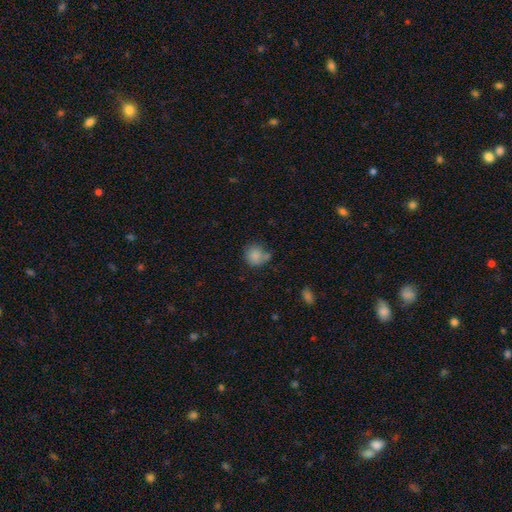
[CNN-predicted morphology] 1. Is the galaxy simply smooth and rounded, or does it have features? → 84% smooth, 9% star or artifact, 7% featured or disk.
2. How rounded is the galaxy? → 84% round, 15% in between, 1% cigar-shaped.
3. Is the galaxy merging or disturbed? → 54% none, 25% minor disturbance, 12% merger, 8% major disturbance.